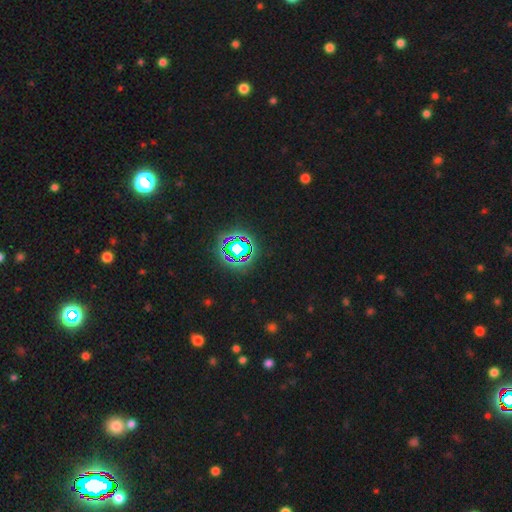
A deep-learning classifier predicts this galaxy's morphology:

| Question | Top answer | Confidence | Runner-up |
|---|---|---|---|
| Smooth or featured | star or artifact | 80% | smooth (13%) |